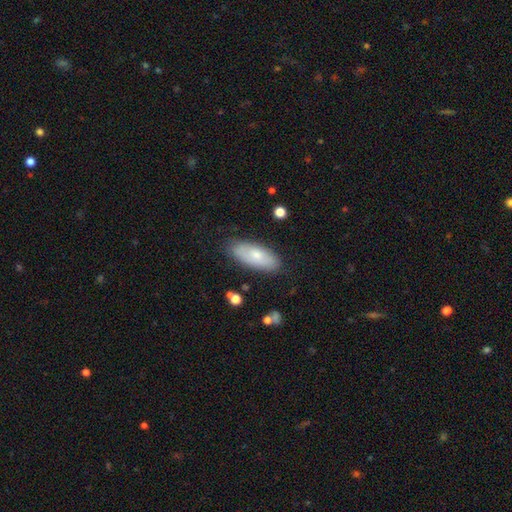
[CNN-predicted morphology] The model was most divided on "smooth or featured": smooth: 71%, featured or disk: 23%, star or artifact: 6%. More confident: merging — none (82%); how rounded — in between (81%).